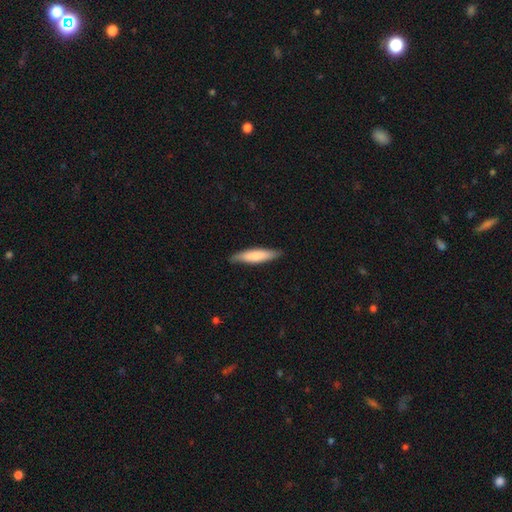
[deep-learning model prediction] A smooth galaxy with no disk features (74%) that is cigar-shaped (81%). Merging: none (84%).